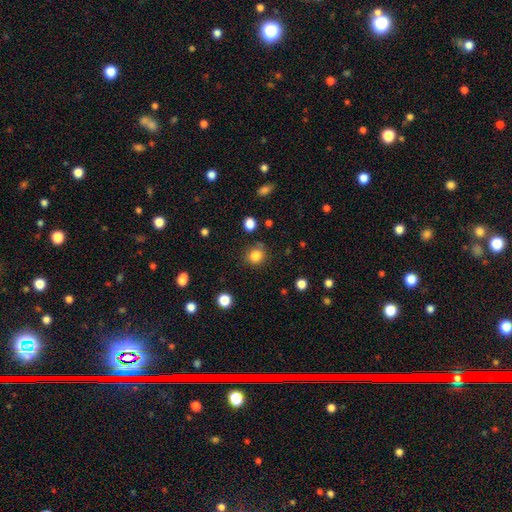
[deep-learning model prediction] Smooth or featured?
  - smooth: 83% *
  - star or artifact: 12%
  - featured or disk: 5%
How rounded?
  - round: 83% *
  - in between: 16%
  - cigar-shaped: 1%
Merging?
  - none: 78% *
  - minor disturbance: 13%
  - merger: 4%
  - major disturbance: 4%